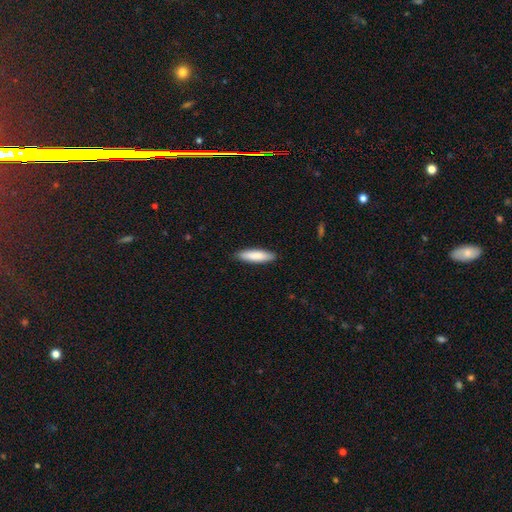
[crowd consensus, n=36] smooth_or_featured: smooth (p=0.83) [alt: featured or disk p=0.14]
how_rounded: cigar-shaped (p=0.63) [alt: in between p=0.37]
merging: none (p=0.94) [alt: minor disturbance p=0.06]